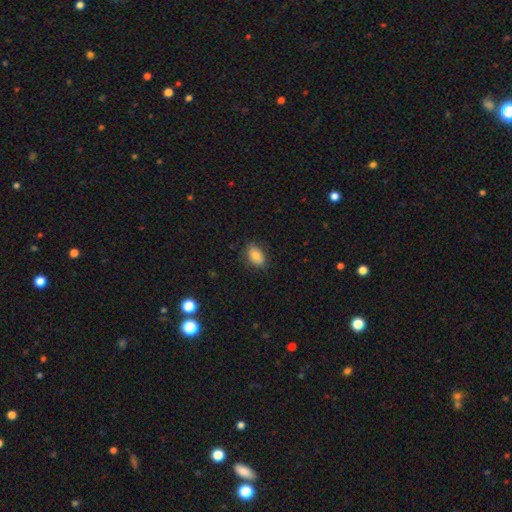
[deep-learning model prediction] Smooth or featured? smooth (78%)
How rounded? in between (84%)
Merging? none (78%)